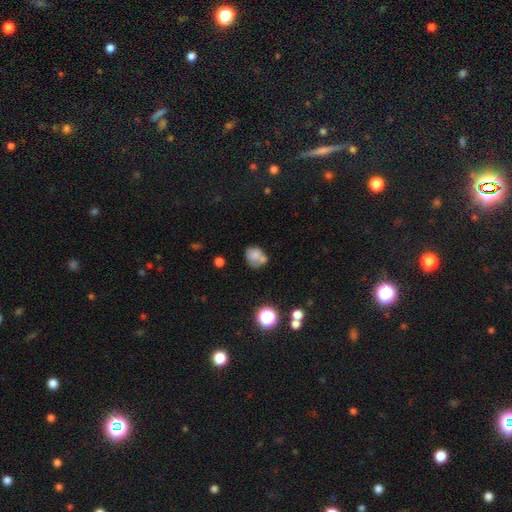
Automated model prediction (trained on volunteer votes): Overall: smooth (71%). How rounded: round (61%; in between 38%). Merging: none (38%; merger 36%).